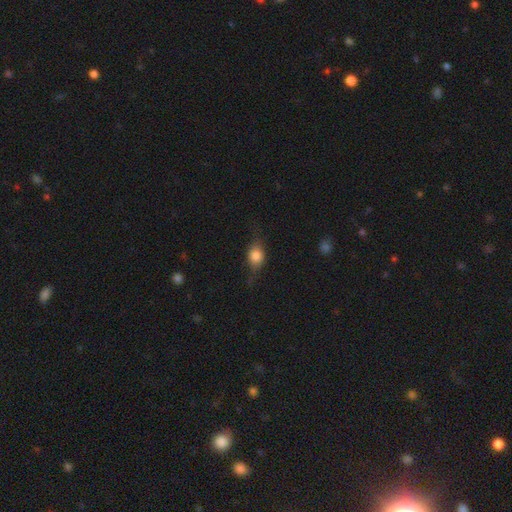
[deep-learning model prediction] The model was most divided on "how rounded": in between: 51%, round: 43%, cigar-shaped: 6%. More confident: merging — none (66%); smooth or featured — smooth (62%).